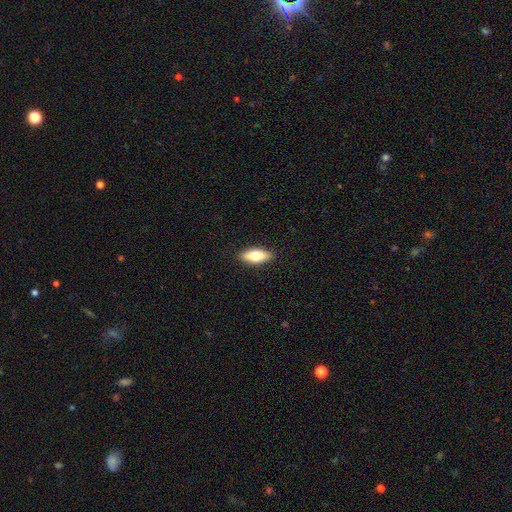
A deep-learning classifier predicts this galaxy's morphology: The model was most divided on "smooth or featured": smooth: 73%, featured or disk: 20%, star or artifact: 6%. More confident: merging — none (89%); how rounded — in between (79%).